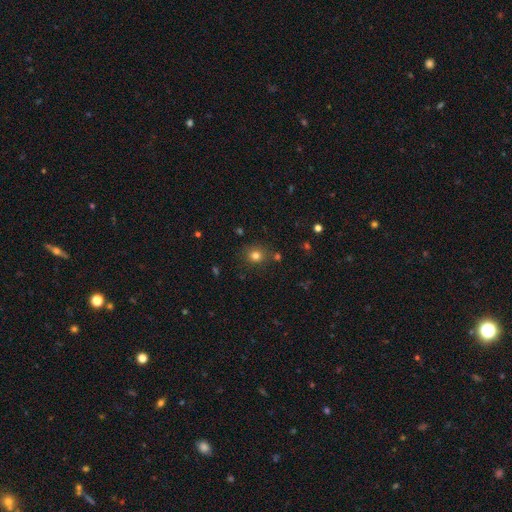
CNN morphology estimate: Q: Smooth or featured?
A: smooth (78%); runner-up: star or artifact (16%)
Q: How rounded?
A: round (82%); runner-up: in between (17%)
Q: Merging?
A: none (82%); runner-up: minor disturbance (10%)